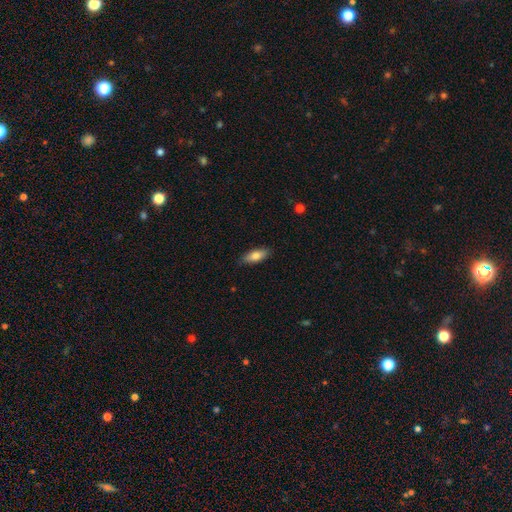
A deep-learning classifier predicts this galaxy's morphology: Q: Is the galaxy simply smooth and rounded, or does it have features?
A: smooth — 80%.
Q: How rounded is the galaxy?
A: in between — 76%.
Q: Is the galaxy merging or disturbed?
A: none — 86%.